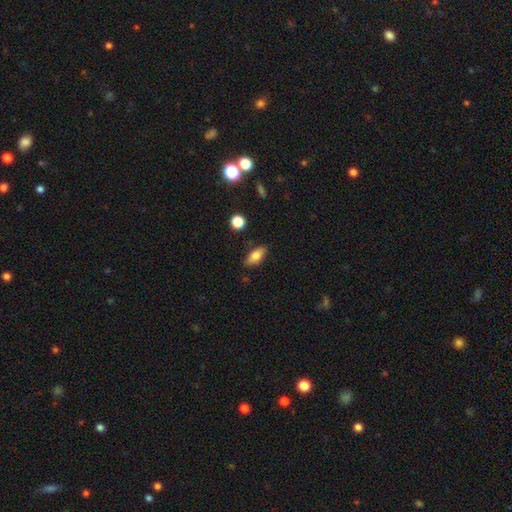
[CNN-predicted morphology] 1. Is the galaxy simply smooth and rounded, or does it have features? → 77% smooth, 15% featured or disk, 8% star or artifact.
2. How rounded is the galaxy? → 83% in between, 13% cigar-shaped, 4% round.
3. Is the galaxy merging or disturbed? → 82% none, 14% minor disturbance, 3% major disturbance, 2% merger.